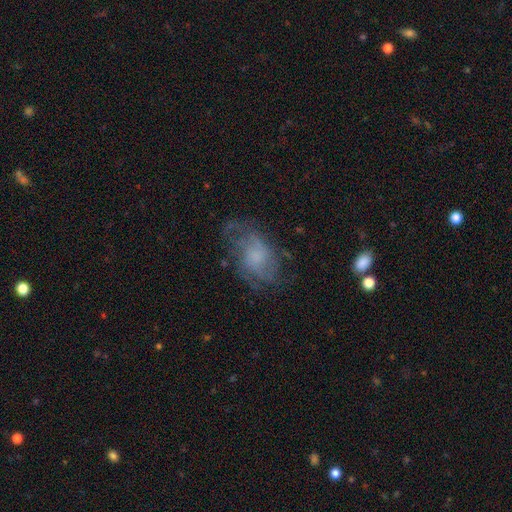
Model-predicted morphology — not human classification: smooth-or-featured: featured or disk: 59% | smooth: 30% | star or artifact: 10%
  disk-edge-on: no: 96% | yes: 4%
    bar: no: 75% | weak: 22% | strong: 3%
    has-spiral-arms: yes: 78% | no: 22%
    bulge-size: small: 34% | none: 29% | moderate: 27% | large: 9% | dominant: 2%
  merging: none: 59% | minor disturbance: 22% | major disturbance: 17% | merger: 2%